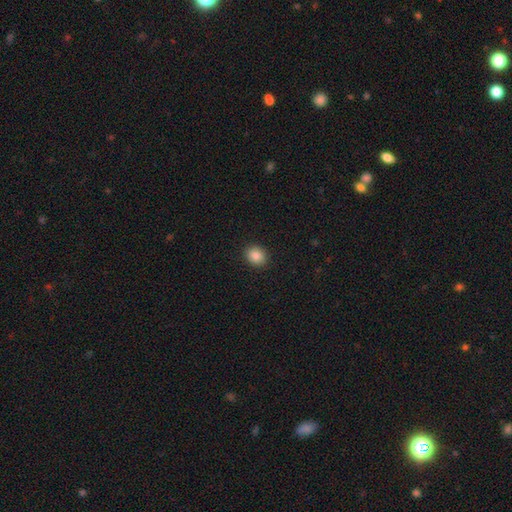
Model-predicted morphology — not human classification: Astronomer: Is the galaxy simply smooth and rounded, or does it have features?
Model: smooth — 87%.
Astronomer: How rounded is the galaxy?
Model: round — 63%.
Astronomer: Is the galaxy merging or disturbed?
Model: none — 91%.